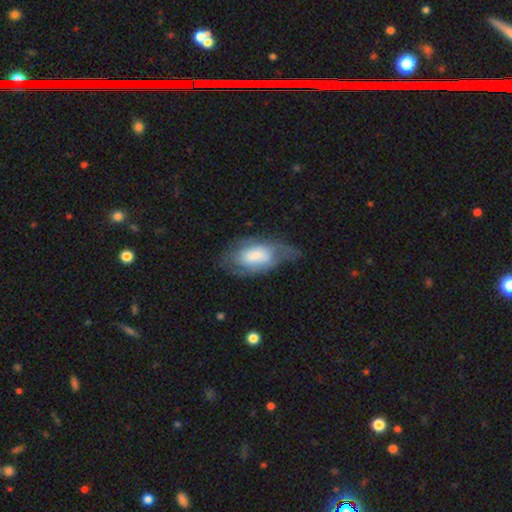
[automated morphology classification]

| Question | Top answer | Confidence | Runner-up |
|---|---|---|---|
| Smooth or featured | smooth | 51% | featured or disk (42%) |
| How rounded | in between | 92% | round (5%) |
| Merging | none | 45% | minor disturbance (31%) |